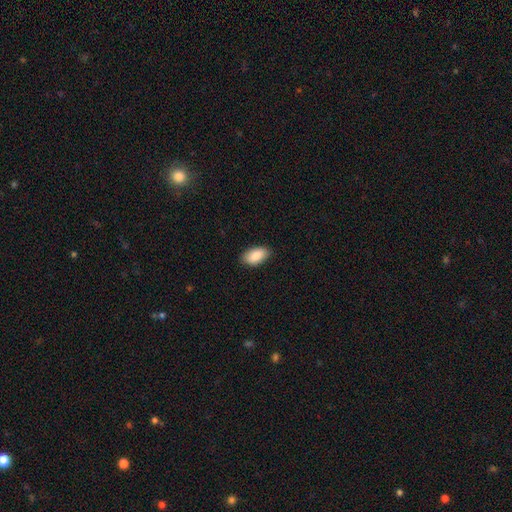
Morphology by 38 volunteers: This appears to be a smooth galaxy with no disk features (95%) that is in between round and cigar-shaped (94%). Merging: none (92%).